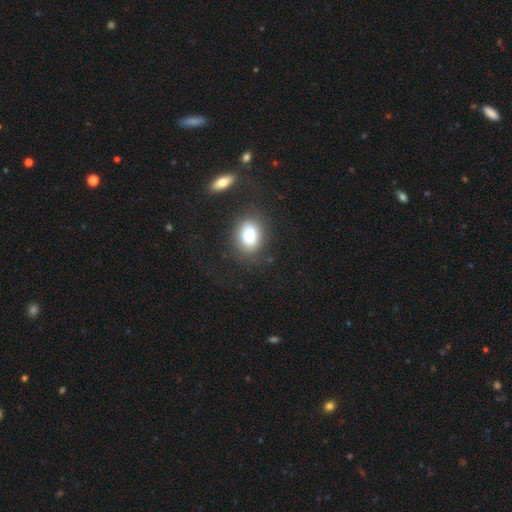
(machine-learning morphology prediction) type=smooth (69%); roundness=in between (57%); merging=none (82%).